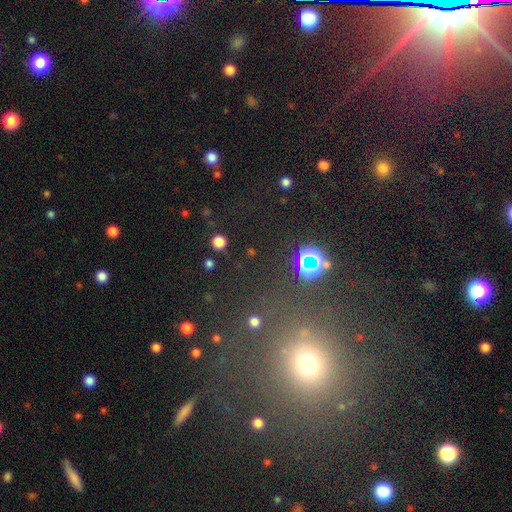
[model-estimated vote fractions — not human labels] smooth_or_featured: star or artifact (p=0.60) [alt: smooth p=0.29]